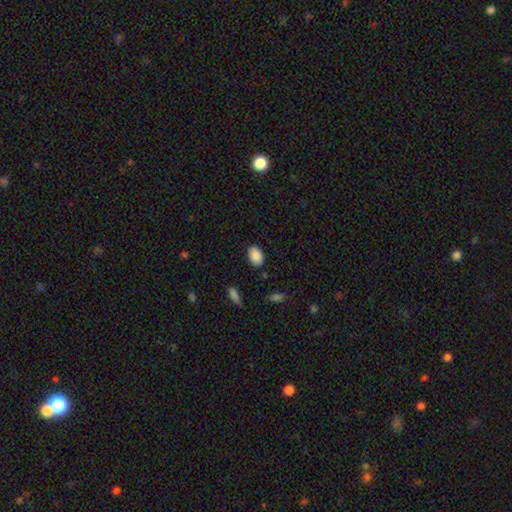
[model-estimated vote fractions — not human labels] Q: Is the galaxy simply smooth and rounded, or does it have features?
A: smooth — 89%.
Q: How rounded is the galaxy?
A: in between — 85%.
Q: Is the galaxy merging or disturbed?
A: none — 84%.